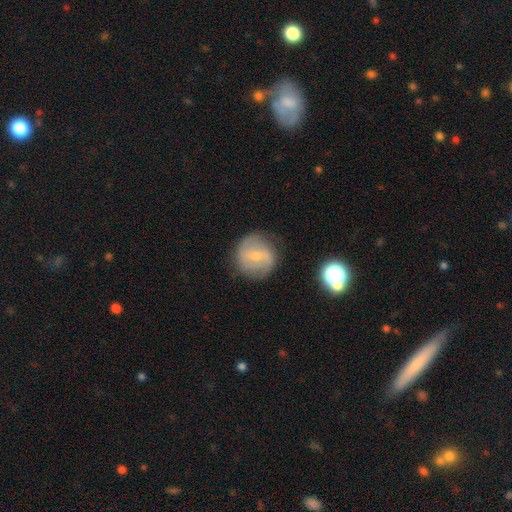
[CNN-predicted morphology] Q: Smooth or featured?
A: featured or disk (57%); runner-up: smooth (34%)
Q: Edge-on disk?
A: no (97%); runner-up: yes (3%)
Q: Bar?
A: weak (54%); runner-up: no (25%)
Q: Spiral arms?
A: yes (78%); runner-up: no (22%)
Q: Bulge size?
A: small (58%); runner-up: moderate (36%)
Q: Merging?
A: none (76%); runner-up: minor disturbance (16%)